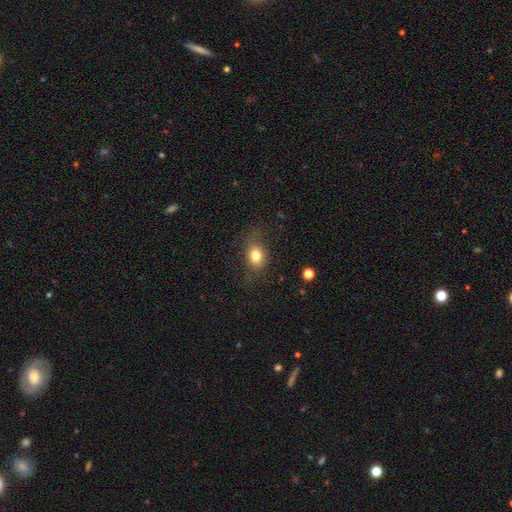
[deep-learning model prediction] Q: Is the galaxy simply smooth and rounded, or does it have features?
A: smooth — 79%.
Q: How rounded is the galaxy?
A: in between — 57%.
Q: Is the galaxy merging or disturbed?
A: none — 72%.